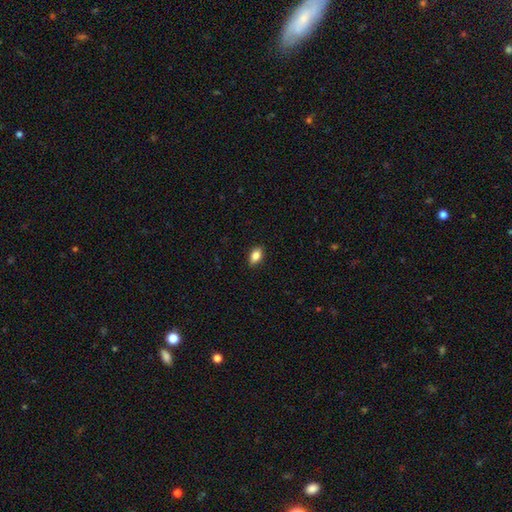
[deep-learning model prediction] This is clearly a smooth galaxy (83%). How rounded: clearly in between (87%). Merging: clearly none (88%).